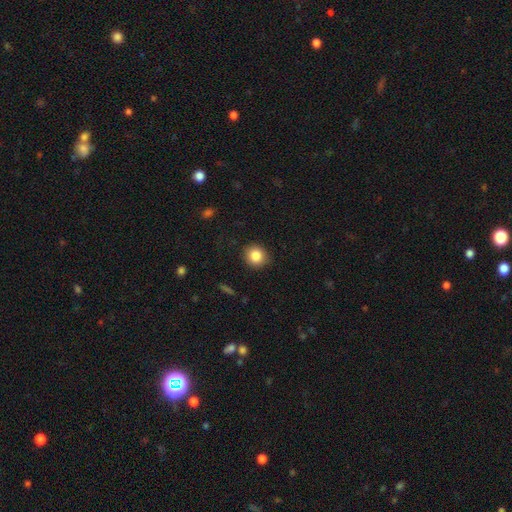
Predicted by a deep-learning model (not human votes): smooth_or_featured: smooth (p=0.85) [alt: star or artifact p=0.09]
how_rounded: round (p=0.84) [alt: in between p=0.15]
merging: none (p=0.88) [alt: minor disturbance p=0.09]